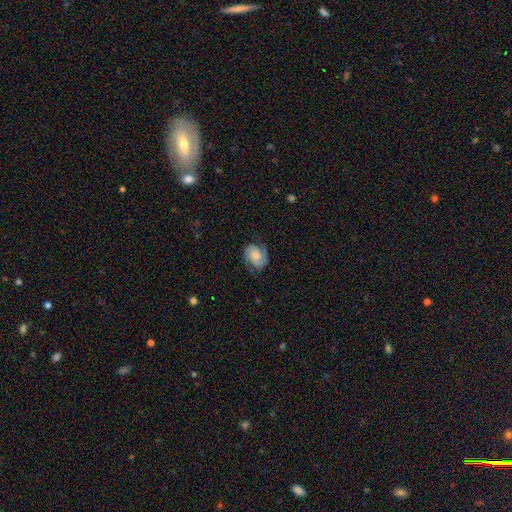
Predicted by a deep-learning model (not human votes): Q: Smooth or featured?
A: featured or disk (70%); runner-up: smooth (23%)
Q: Edge-on disk?
A: no (98%); runner-up: yes (2%)
Q: Bar?
A: no (68%); runner-up: weak (26%)
Q: Spiral arms?
A: yes (94%); runner-up: no (6%)
Q: Spiral winding?
A: tight (46%); runner-up: medium (41%)
Q: Spiral arm count?
A: 2 (83%); runner-up: can't tell (8%)
Q: Bulge size?
A: moderate (46%); runner-up: small (40%)
Q: Merging?
A: none (75%); runner-up: minor disturbance (18%)